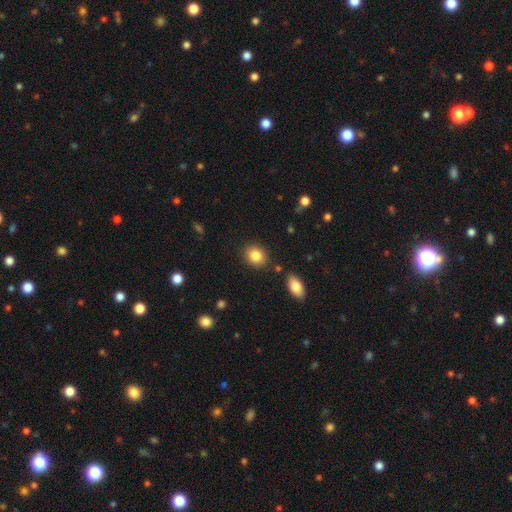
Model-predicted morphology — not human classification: A smooth galaxy with no disk features (85%) that is round (55%).

Vote fractions:
- Smooth or featured? smooth: 85% / star or artifact: 9% / featured or disk: 6%
- How rounded? round: 55% / in between: 44% / cigar-shaped: 1%
- Merging? none: 85% / minor disturbance: 8% / merger: 4% / major disturbance: 2%